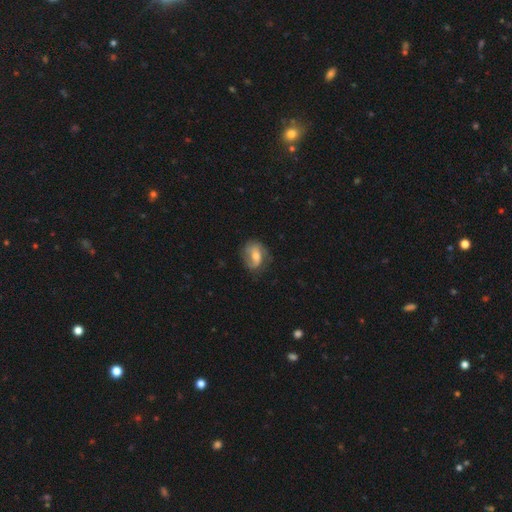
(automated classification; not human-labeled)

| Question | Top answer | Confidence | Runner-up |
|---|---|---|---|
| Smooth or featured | featured or disk | 54% | smooth (38%) |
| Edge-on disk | no | 96% | yes (4%) |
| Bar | weak | 43% | no (39%) |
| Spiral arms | yes | 79% | no (21%) |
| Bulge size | moderate | 60% | small (26%) |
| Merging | none | 61% | minor disturbance (25%) |